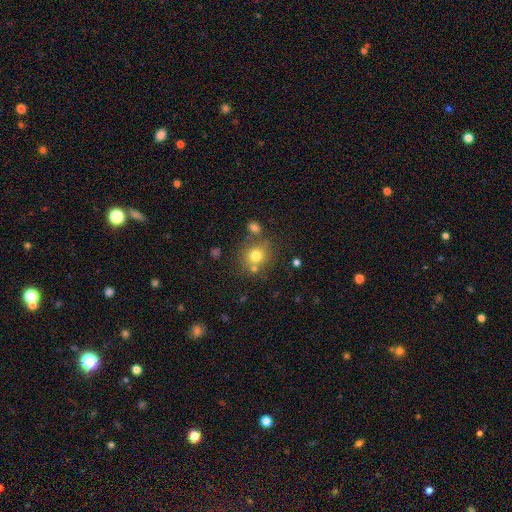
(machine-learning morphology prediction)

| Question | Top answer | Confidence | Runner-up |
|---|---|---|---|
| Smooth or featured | smooth | 75% | star or artifact (14%) |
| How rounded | round | 87% | in between (12%) |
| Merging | none | 70% | merger (14%) |